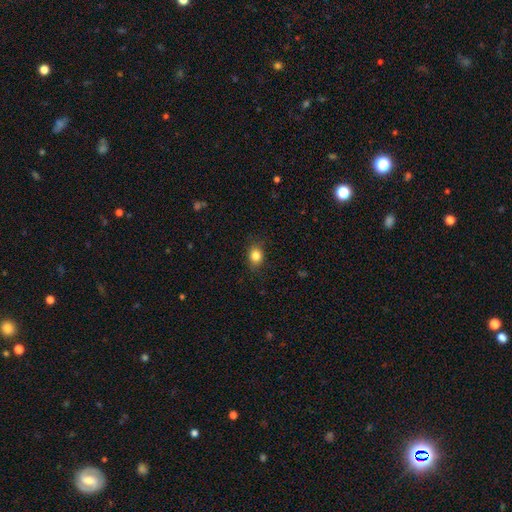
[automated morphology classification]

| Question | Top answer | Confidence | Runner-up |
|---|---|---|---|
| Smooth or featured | smooth | 84% | star or artifact (10%) |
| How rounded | in between | 53% | round (45%) |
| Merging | none | 84% | minor disturbance (13%) |